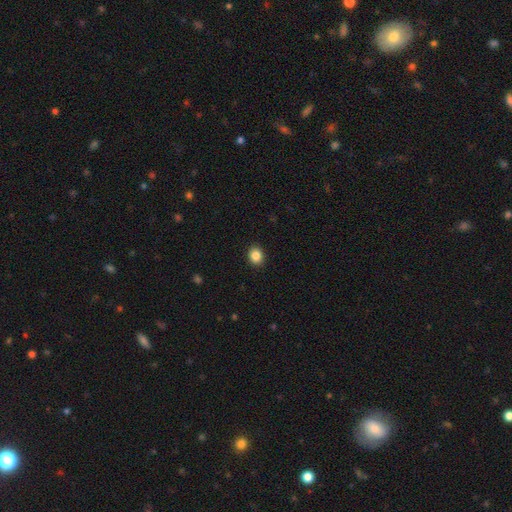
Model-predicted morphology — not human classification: type=smooth (87%); roundness=round (65%); merging=none (91%).